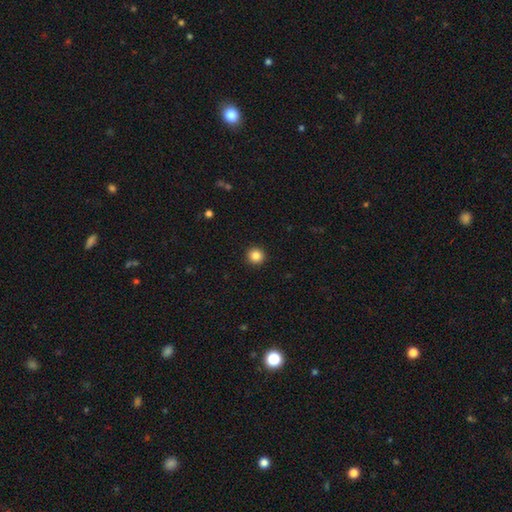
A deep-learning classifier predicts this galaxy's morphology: smooth 86%, star or artifact 10%, featured or disk 4%. Down the decision tree: how rounded — round (95%); merging — none (93%).